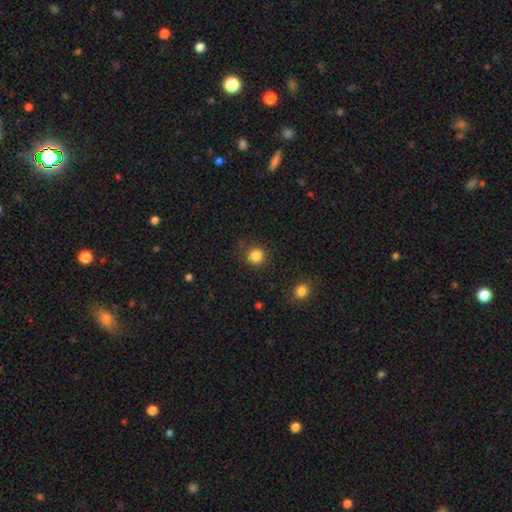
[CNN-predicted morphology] Smooth or featured? smooth (84%)
How rounded? round (93%)
Merging? none (86%)